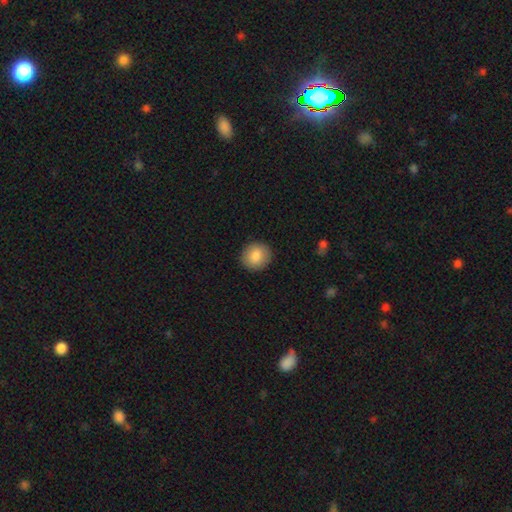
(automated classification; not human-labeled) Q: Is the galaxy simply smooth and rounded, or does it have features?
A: smooth — 86%.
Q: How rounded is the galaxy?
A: round — 86%.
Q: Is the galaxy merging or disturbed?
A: none — 91%.